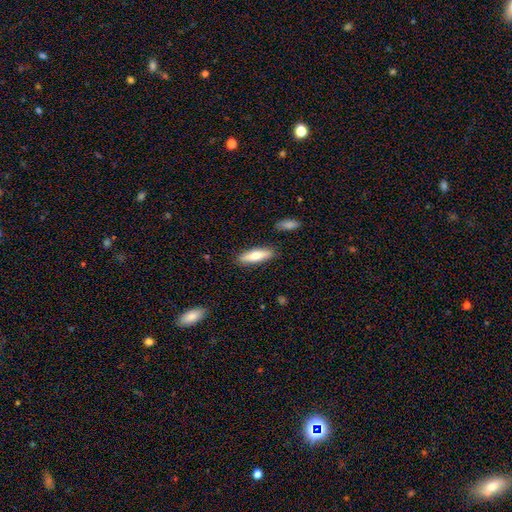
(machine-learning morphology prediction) smooth-or-featured: smooth: 69% | featured or disk: 25% | star or artifact: 6%
  how-rounded: cigar-shaped: 58% | in between: 40% | round: 2%
  merging: none: 86% | minor disturbance: 9% | merger: 2% | major disturbance: 2%